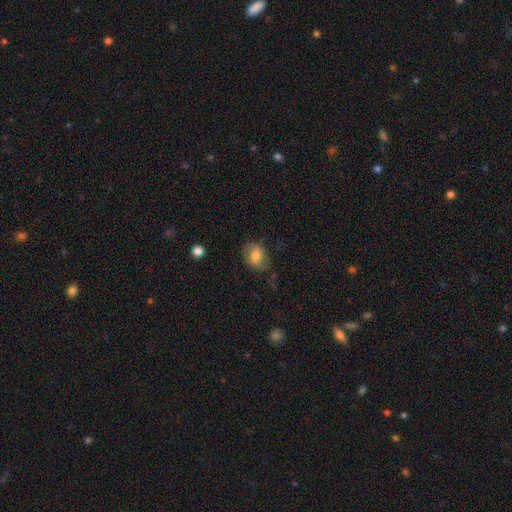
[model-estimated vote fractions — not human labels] Overall: smooth (66%). How rounded: in between (63%; round 36%). Merging: none (69%).